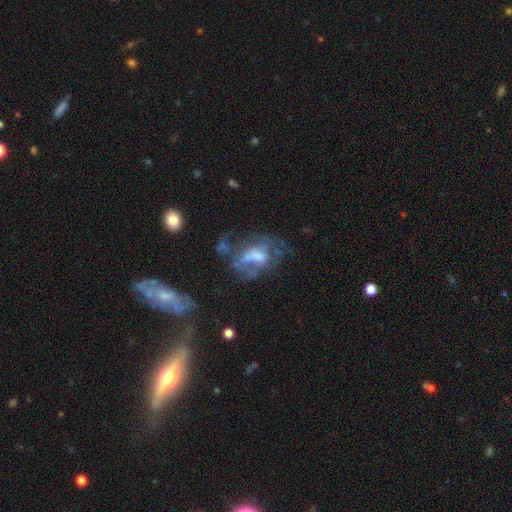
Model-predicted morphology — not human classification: Smooth or featured?
  - featured or disk: 60% *
  - smooth: 27%
  - star or artifact: 13%
Edge-on disk?
  - no: 96% *
  - yes: 4%
Bar?
  - no: 63% *
  - weak: 28%
  - strong: 9%
Spiral arms?
  - no: 66% *
  - yes: 34%
Bulge size?
  - moderate: 37% *
  - none: 24%
  - small: 22%
  - large: 15%
  - dominant: 2%
Merging?
  - major disturbance: 38% *
  - none: 33%
  - minor disturbance: 18%
  - merger: 11%